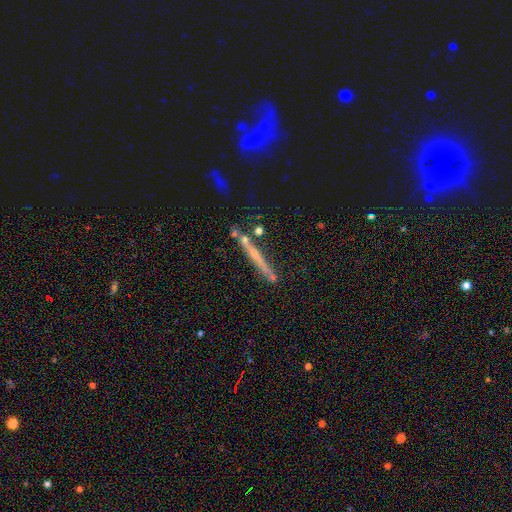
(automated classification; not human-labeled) Smooth or featured?
  - featured or disk: 55% *
  - smooth: 33%
  - star or artifact: 12%
Edge-on disk?
  - yes: 94% *
  - no: 6%
Edge-on bulge?
  - none: 61% *
  - rounded: 32%
  - boxy: 6%
Merging?
  - none: 76% *
  - minor disturbance: 13%
  - merger: 7%
  - major disturbance: 4%